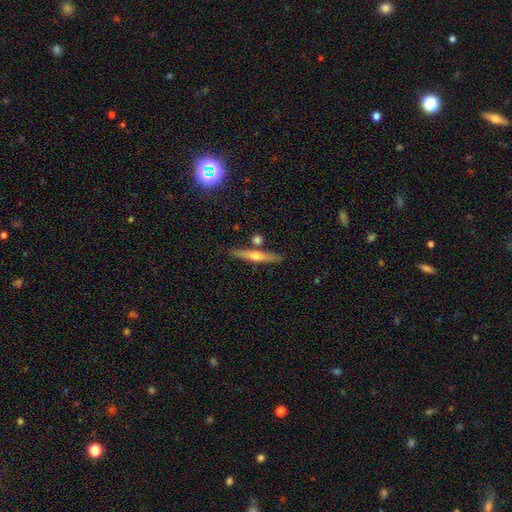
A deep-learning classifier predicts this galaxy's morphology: Smooth or featured? featured or disk (61%)
Edge-on disk? yes (96%)
Edge-on bulge? rounded (88%)
Merging? none (82%)